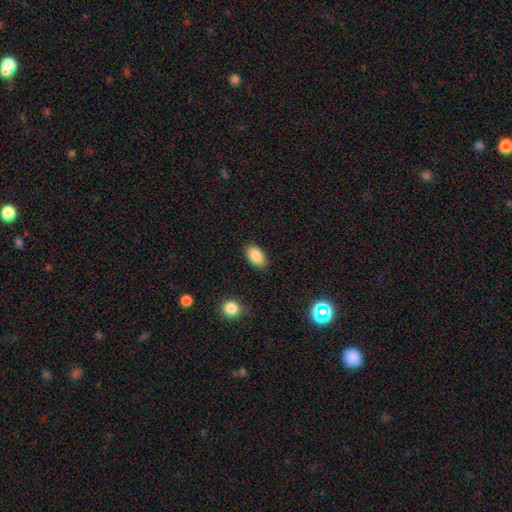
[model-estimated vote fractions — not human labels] Smooth or featured? Predicted: smooth (p=0.87). How rounded? Predicted: in between (p=0.93). Merging? Predicted: none (p=0.87).